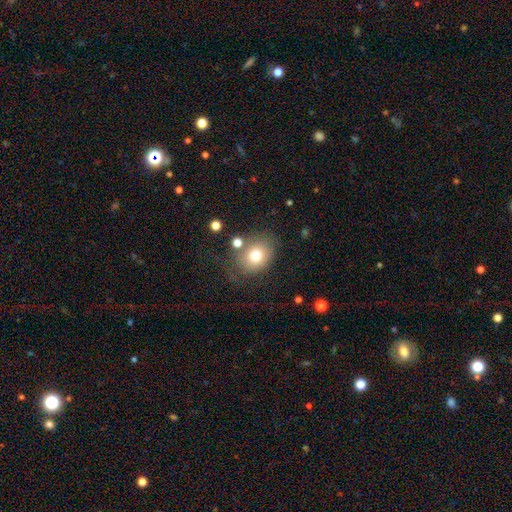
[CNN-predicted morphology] A smooth galaxy with no disk features (74%) that is round (57%). Merging: none (61%).